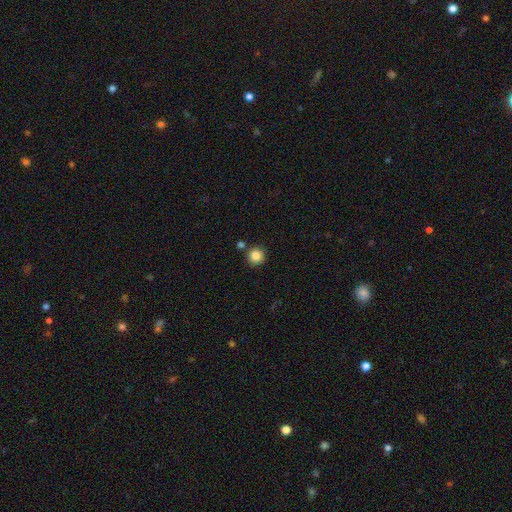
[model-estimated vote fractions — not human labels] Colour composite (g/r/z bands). It shows a smooth galaxy with no disk features (84%) that is round (94%). Merging: none (83%).